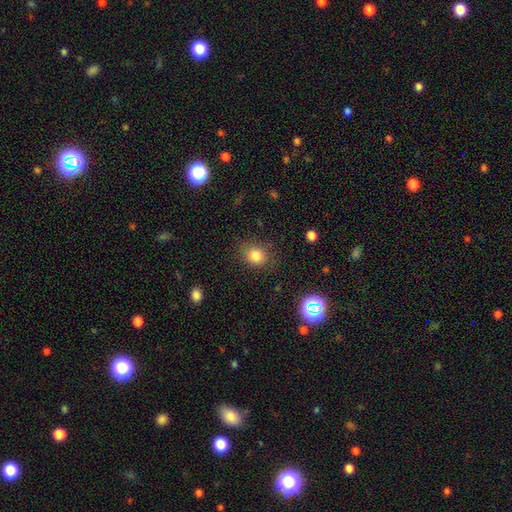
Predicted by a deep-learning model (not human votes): A smooth galaxy with no disk features (81%) that is round (62%). Merging: none (79%).